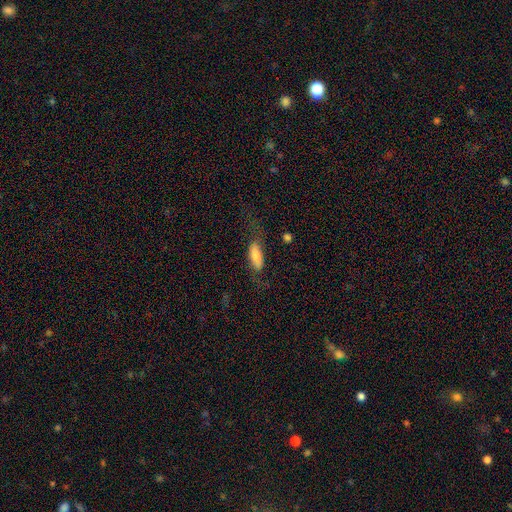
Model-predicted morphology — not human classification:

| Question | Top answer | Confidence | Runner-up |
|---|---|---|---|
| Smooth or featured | smooth | 69% | featured or disk (24%) |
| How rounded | in between | 70% | cigar-shaped (28%) |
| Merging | none | 50% | major disturbance (24%) |